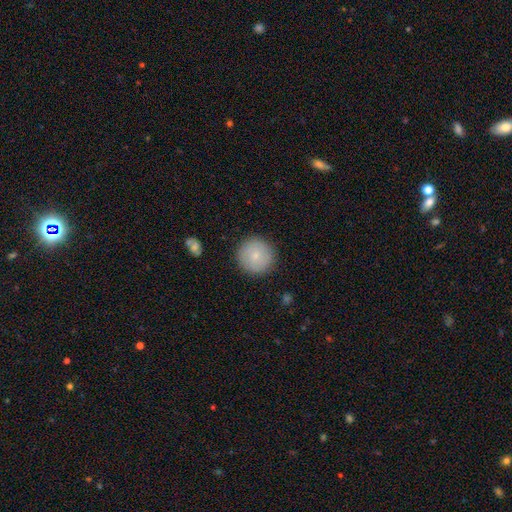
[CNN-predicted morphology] smooth-or-featured: smooth: 75% | featured or disk: 18% | star or artifact: 7%
  how-rounded: round: 95% | in between: 4% | cigar-shaped: 1%
  merging: none: 89% | minor disturbance: 7% | major disturbance: 2% | merger: 1%